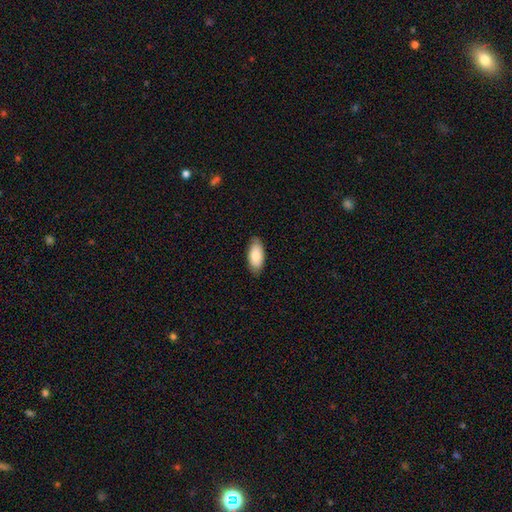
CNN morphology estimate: Smooth or featured? smooth (83%)
How rounded? in between (92%)
Merging? none (85%)